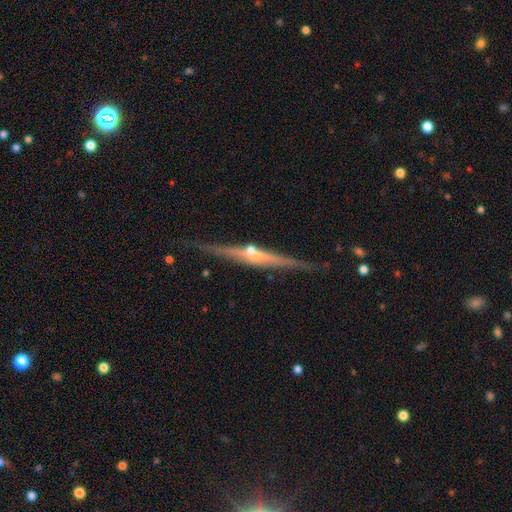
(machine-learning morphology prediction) smooth-or-featured: featured or disk: 79% | smooth: 14% | star or artifact: 7%
  disk-edge-on: yes: 97% | no: 3%
    edge-on-bulge: rounded: 70% | none: 20% | boxy: 10%
  merging: none: 82% | minor disturbance: 10% | merger: 5% | major disturbance: 2%